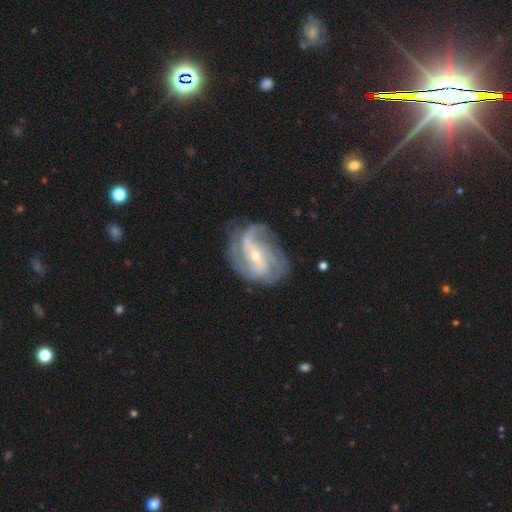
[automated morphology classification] This is clearly a featured or disk galaxy (87%). It is clearly not viewed edge-on (97%). Bar: marginally weak (40%). Spiral arm pattern: clearly yes (95%). Spiral arm count: marginally 2 (34%). Spiral winding: marginally medium (44%). Central bulge: likely small (70%). Merging: likely none (61%).